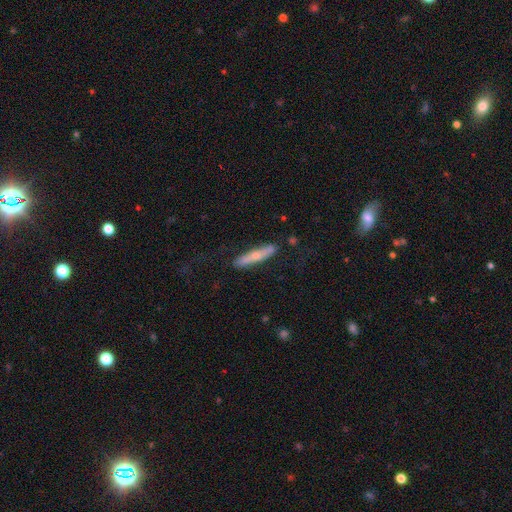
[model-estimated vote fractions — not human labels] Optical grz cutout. It shows a smooth galaxy with no disk features (47%, tied with featured or disk). Merging: none (80%).